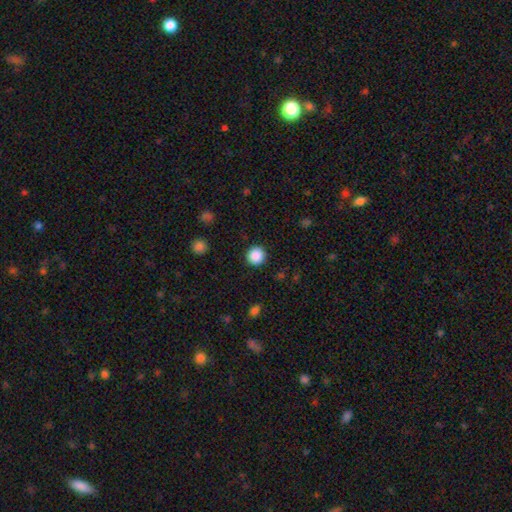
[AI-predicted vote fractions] Q: Smooth or featured?
A: smooth (88%); runner-up: star or artifact (10%)
Q: How rounded?
A: round (95%); runner-up: in between (4%)
Q: Merging?
A: none (92%); runner-up: minor disturbance (5%)